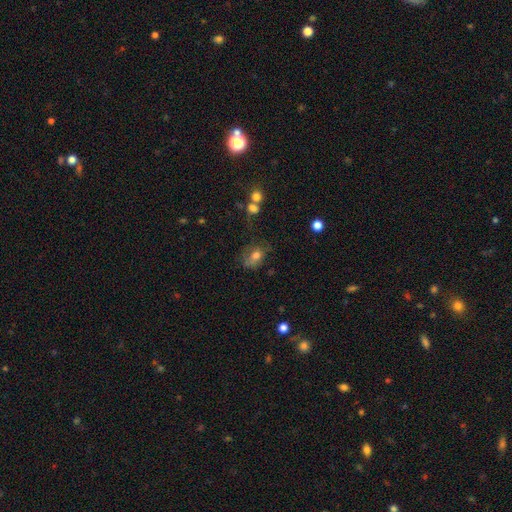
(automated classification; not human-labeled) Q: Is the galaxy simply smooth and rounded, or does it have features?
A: smooth — 71%.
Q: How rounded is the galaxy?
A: in between — 57%.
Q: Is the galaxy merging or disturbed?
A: none — 43%.